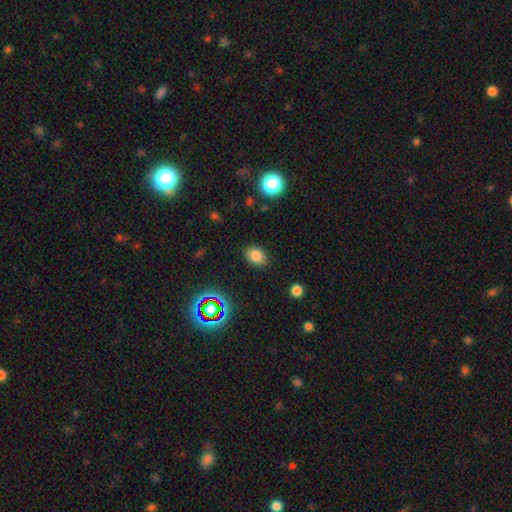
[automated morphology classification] smooth-or-featured: smooth: 80% | star or artifact: 13% | featured or disk: 6%
  how-rounded: in between: 70% | round: 29% | cigar-shaped: 1%
  merging: none: 84% | minor disturbance: 12% | major disturbance: 3% | merger: 1%